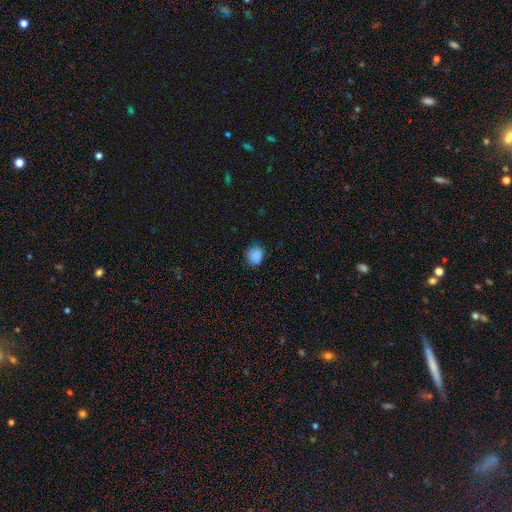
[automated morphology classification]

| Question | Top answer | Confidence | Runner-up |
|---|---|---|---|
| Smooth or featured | smooth | 85% | star or artifact (10%) |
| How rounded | round | 77% | in between (22%) |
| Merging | none | 75% | minor disturbance (19%) |